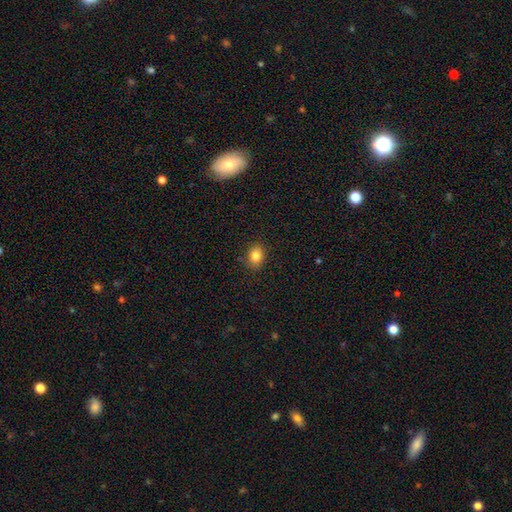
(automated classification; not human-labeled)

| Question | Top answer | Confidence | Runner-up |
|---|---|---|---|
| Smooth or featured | smooth | 84% | star or artifact (10%) |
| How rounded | in between | 55% | round (44%) |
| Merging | none | 85% | minor disturbance (11%) |